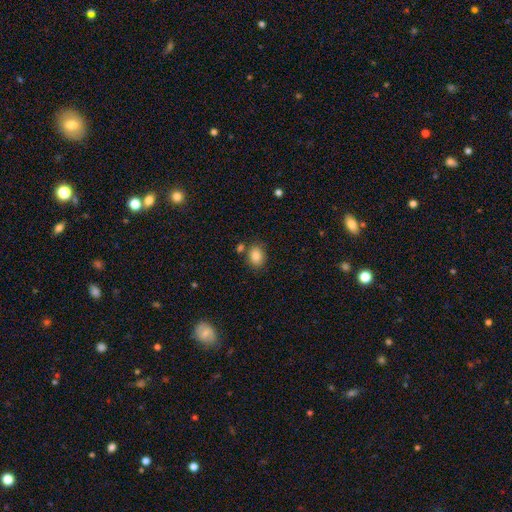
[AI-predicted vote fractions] smooth_or_featured: smooth (p=0.85) [alt: star or artifact p=0.09]
how_rounded: in between (p=0.56) [alt: round p=0.43]
merging: none (p=0.74) [alt: minor disturbance p=0.13]